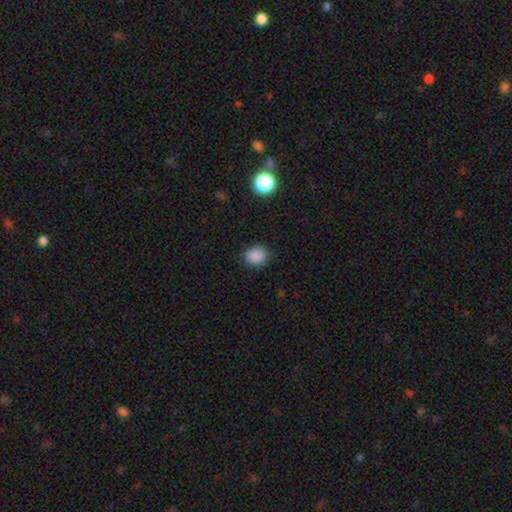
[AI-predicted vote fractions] A smooth galaxy with no disk features (86%) that is round (53%). Merging: none (87%).